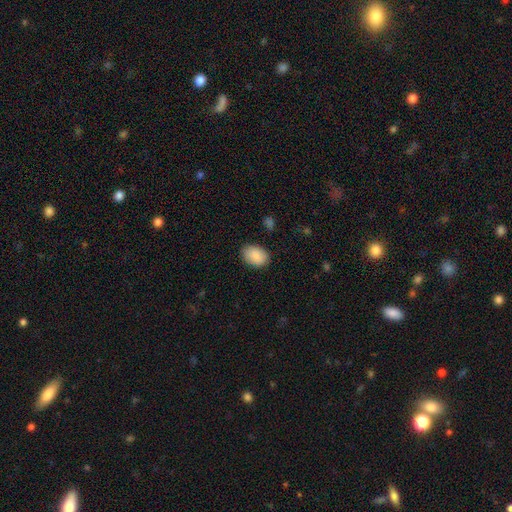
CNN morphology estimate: Smooth or featured: smooth — 90% (star or artifact — 7%)
How rounded: in between — 82% (round — 17%)
Merging: none — 83% (minor disturbance — 13%)